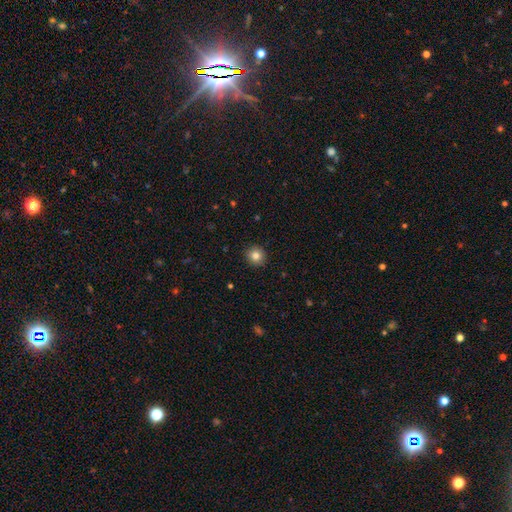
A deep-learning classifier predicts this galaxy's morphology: smooth 83%, star or artifact 11%, featured or disk 7%. Down the decision tree: how rounded — round (90%); merging — none (91%).